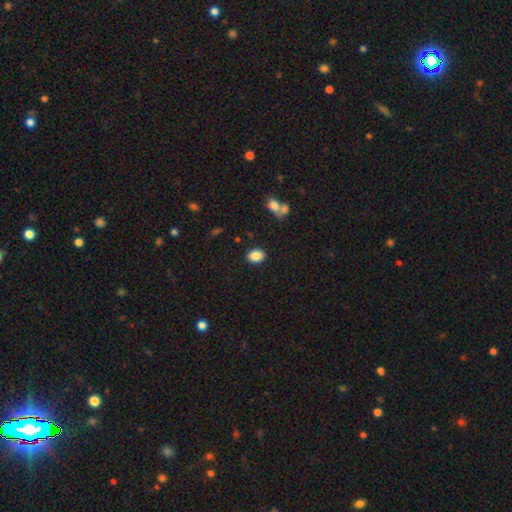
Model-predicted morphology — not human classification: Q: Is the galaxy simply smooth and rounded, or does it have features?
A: smooth — 87%.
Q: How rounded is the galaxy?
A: in between — 70%.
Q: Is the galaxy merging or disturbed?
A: none — 87%.